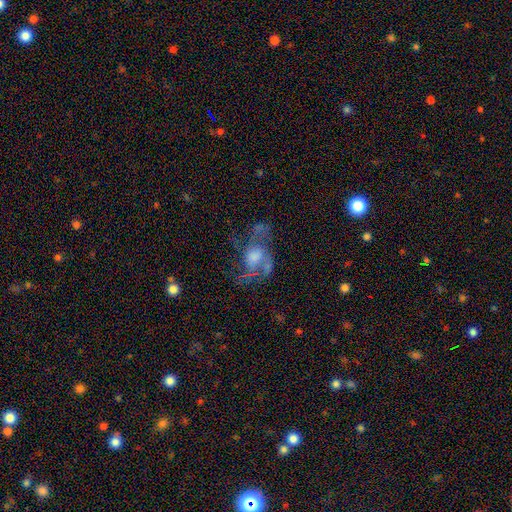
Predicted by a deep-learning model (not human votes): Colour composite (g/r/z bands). It shows a featured or disk galaxy (69%) with no bar (69%), spiral arms (73%) and a moderate central bulge (38%). Merging: none (41%).